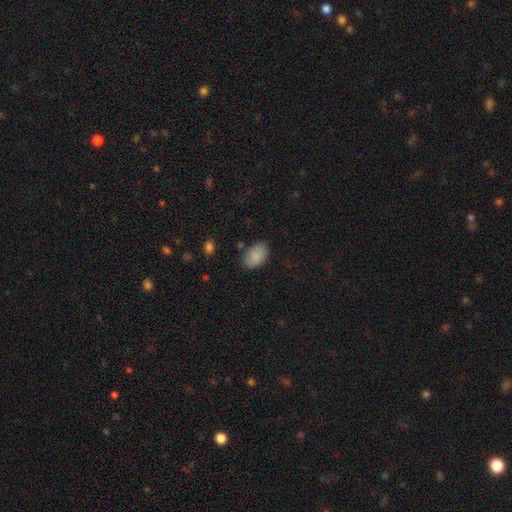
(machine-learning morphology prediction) type=smooth (87%); roundness=in between (88%); merging=none (78%).